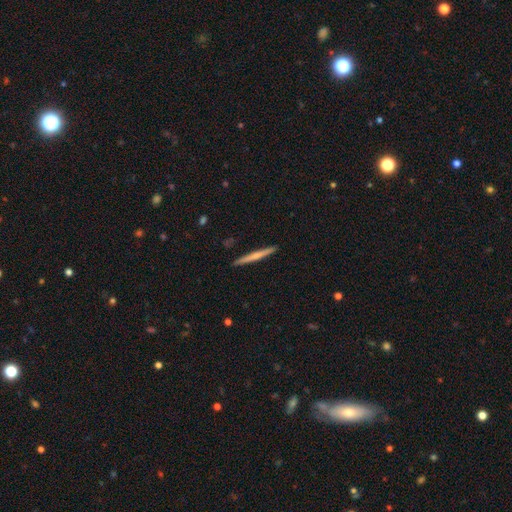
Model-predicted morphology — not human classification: This appears to be a smooth galaxy with no disk features (53%) that is cigar-shaped (97%). Merging: none (92%).